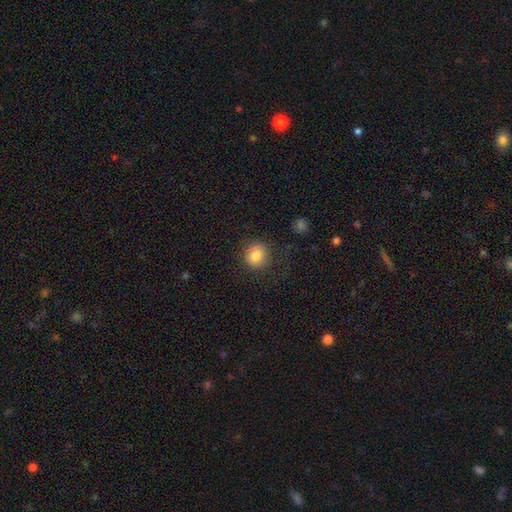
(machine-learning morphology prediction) Smooth or featured? smooth (82%)
How rounded? round (86%)
Merging? none (79%)